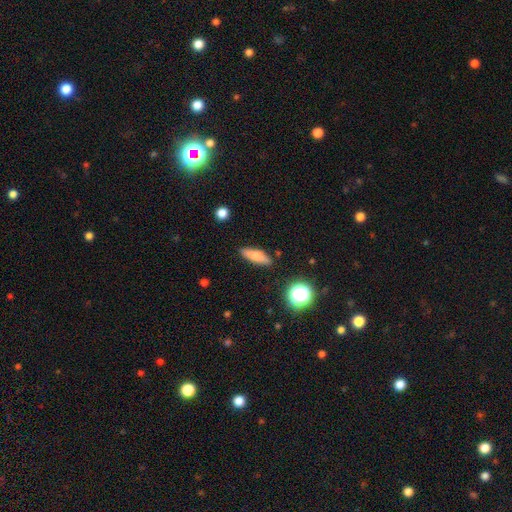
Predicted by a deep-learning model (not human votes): This is likely a smooth galaxy (74%). How rounded: possibly cigar-shaped (56%). Merging: clearly none (86%).